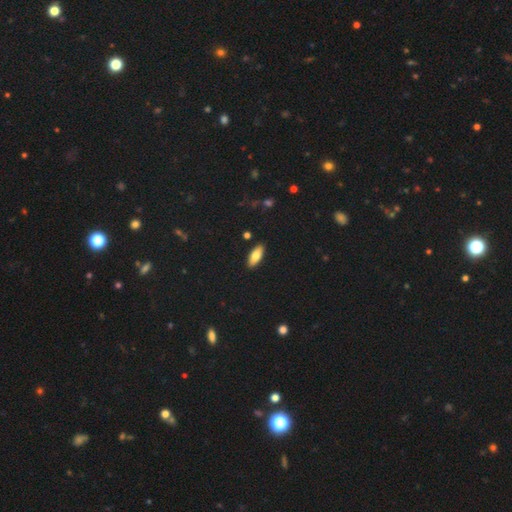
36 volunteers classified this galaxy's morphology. smooth_or_featured: smooth (p=0.81) [alt: featured or disk p=0.14]
how_rounded: in between (p=0.83) [alt: cigar-shaped p=0.17]
merging: none (p=0.82) [alt: minor disturbance p=0.18]